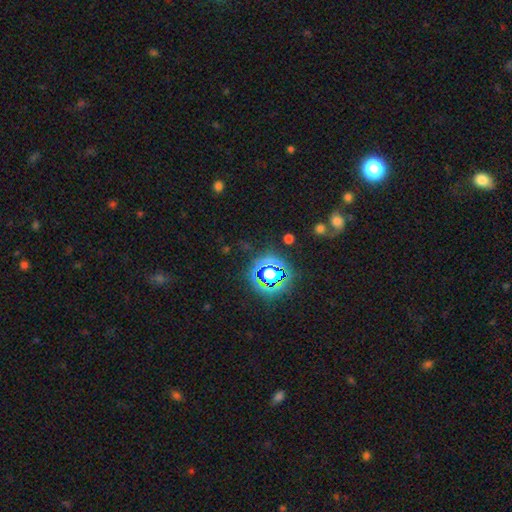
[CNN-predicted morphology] smooth-or-featured: star or artifact: 77% | smooth: 15% | featured or disk: 8%